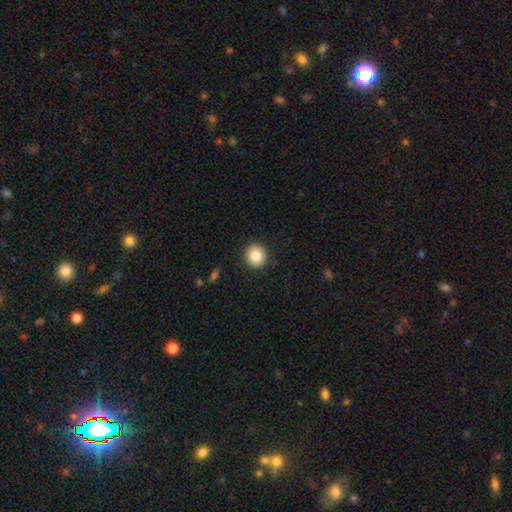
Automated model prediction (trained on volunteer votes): Smooth or featured: smooth — 86% (star or artifact — 9%)
How rounded: round — 88% (in between — 11%)
Merging: none — 91% (minor disturbance — 6%)